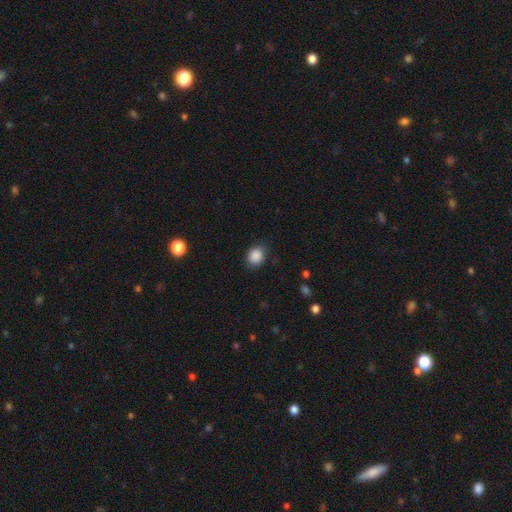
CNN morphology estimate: This appears to be a smooth galaxy with no disk features (88%) that is round (57%). Merging: none (81%).